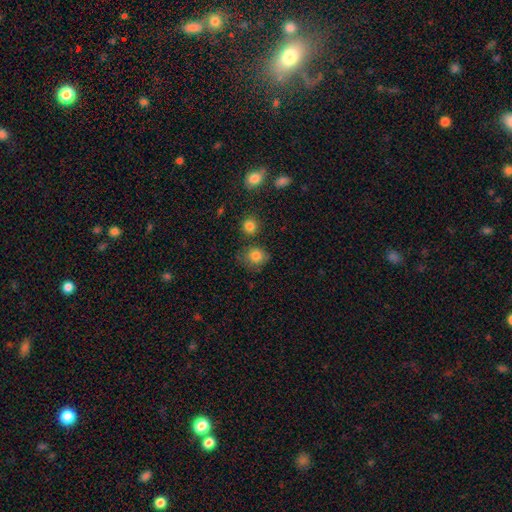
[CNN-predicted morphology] This is clearly a smooth galaxy (81%). How rounded: likely round (74%). Merging: likely none (71%).